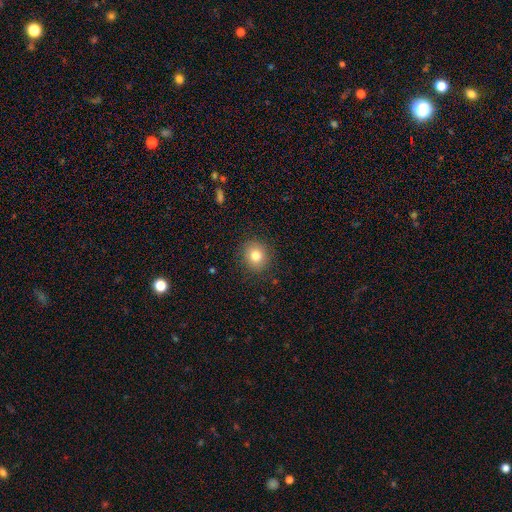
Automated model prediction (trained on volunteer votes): Smooth or featured?
  - smooth: 80% *
  - star or artifact: 11%
  - featured or disk: 10%
How rounded?
  - round: 84% *
  - in between: 15%
  - cigar-shaped: 1%
Merging?
  - none: 87% *
  - minor disturbance: 9%
  - major disturbance: 3%
  - merger: 1%